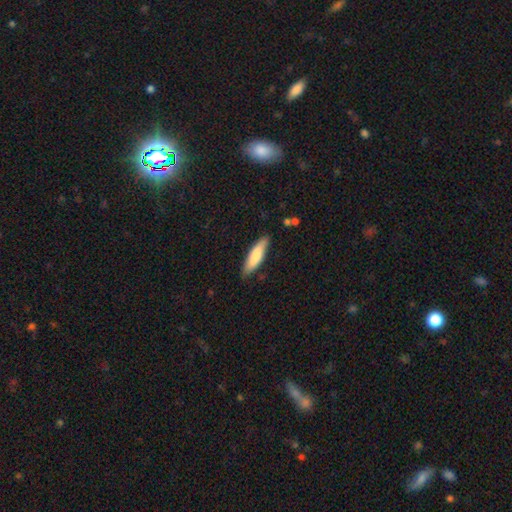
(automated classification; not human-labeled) Q: Smooth or featured?
A: smooth (77%); runner-up: featured or disk (17%)
Q: How rounded?
A: cigar-shaped (64%); runner-up: in between (35%)
Q: Merging?
A: none (83%); runner-up: minor disturbance (14%)